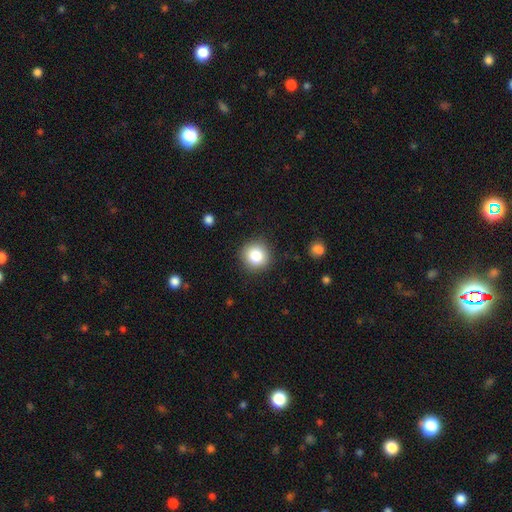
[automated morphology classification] A smooth galaxy with no disk features (84%) that is round (92%).

Vote fractions:
- Smooth or featured? smooth: 84% / star or artifact: 10% / featured or disk: 6%
- How rounded? round: 92% / in between: 7% / cigar-shaped: 1%
- Merging? none: 89% / minor disturbance: 8% / major disturbance: 2% / merger: 1%